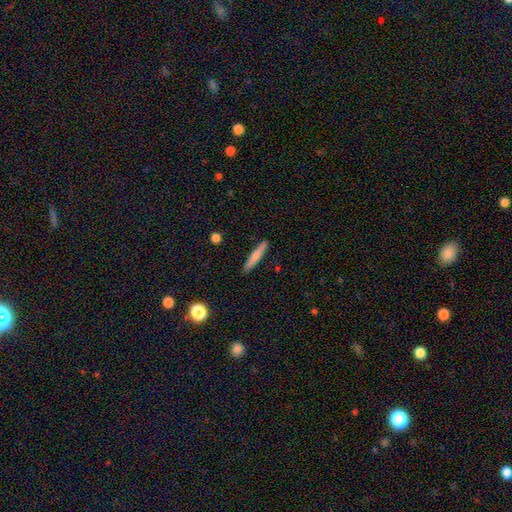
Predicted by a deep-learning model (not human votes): This is likely a smooth galaxy (70%). How rounded: clearly cigar-shaped (93%). Merging: clearly none (89%).